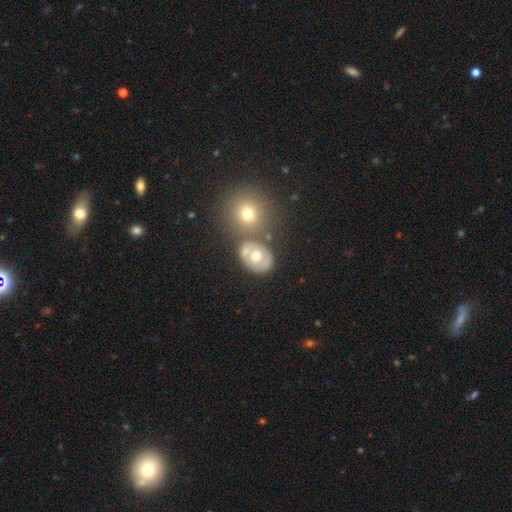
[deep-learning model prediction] The model was most divided on "smooth or featured": smooth: 48%, featured or disk: 42%, star or artifact: 9%. More confident: merging — none (60%).